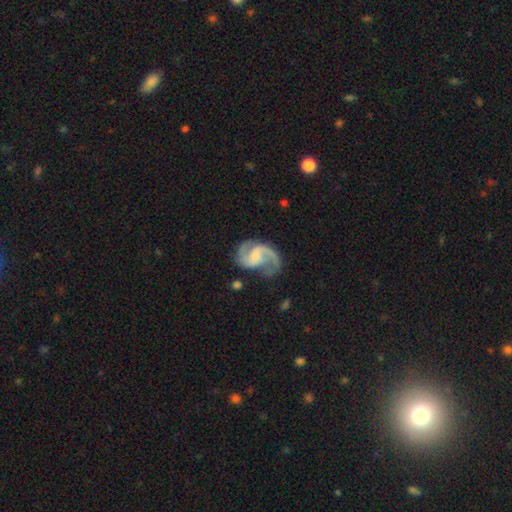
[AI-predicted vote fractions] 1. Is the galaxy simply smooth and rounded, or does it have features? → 90% featured or disk, 6% smooth, 4% star or artifact.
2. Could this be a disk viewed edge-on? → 98% no, 2% yes.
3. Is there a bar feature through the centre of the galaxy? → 45% no, 44% weak, 11% strong.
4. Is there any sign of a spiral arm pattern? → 98% yes, 2% no.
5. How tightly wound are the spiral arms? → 54% medium, 33% loose, 13% tight.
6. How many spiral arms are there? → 87% 2, 5% 3, 3% 1, 3% can't tell, 1% 4, 1% more than 4.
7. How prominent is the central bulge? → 51% small, 32% moderate, 13% none, 3% large, 1% dominant.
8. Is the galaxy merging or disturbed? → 64% none, 20% minor disturbance, 13% major disturbance, 3% merger.